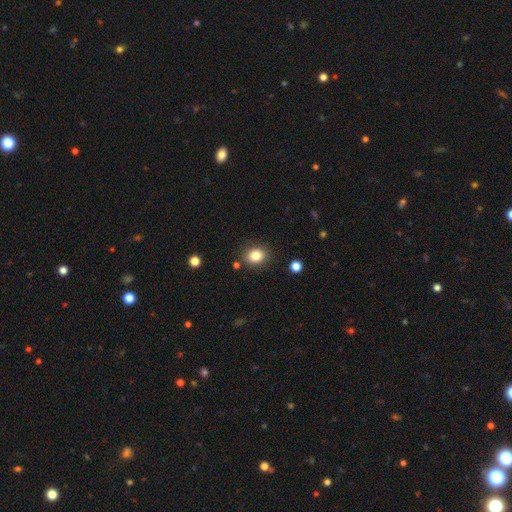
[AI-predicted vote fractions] A smooth galaxy with no disk features (84%) that is round (59%).

Vote fractions:
- Smooth or featured? smooth: 84% / star or artifact: 10% / featured or disk: 6%
- How rounded? round: 59% / in between: 40% / cigar-shaped: 1%
- Merging? none: 85% / minor disturbance: 9% / major disturbance: 3% / merger: 3%